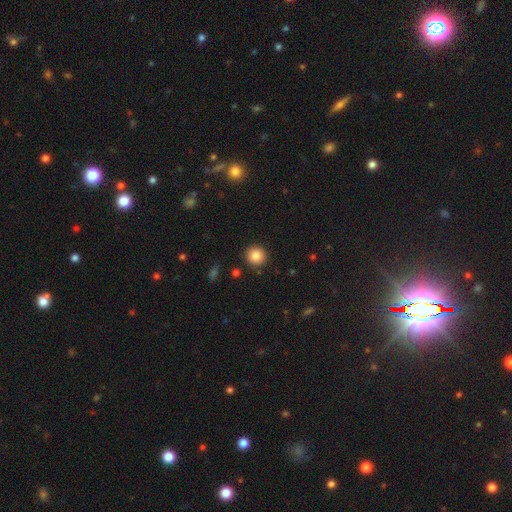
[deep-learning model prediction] Smooth or featured? Predicted: smooth (p=0.85). How rounded? Predicted: round (p=0.93). Merging? Predicted: none (p=0.91).